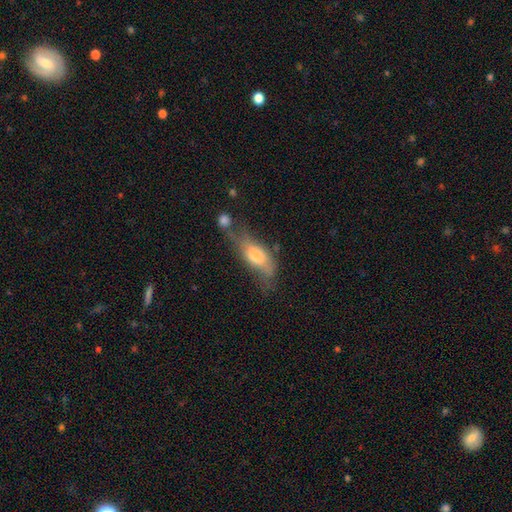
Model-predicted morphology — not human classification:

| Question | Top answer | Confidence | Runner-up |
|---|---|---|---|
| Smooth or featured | smooth | 53% | featured or disk (39%) |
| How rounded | in between | 70% | cigar-shaped (26%) |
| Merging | none | 33% | minor disturbance (28%) |